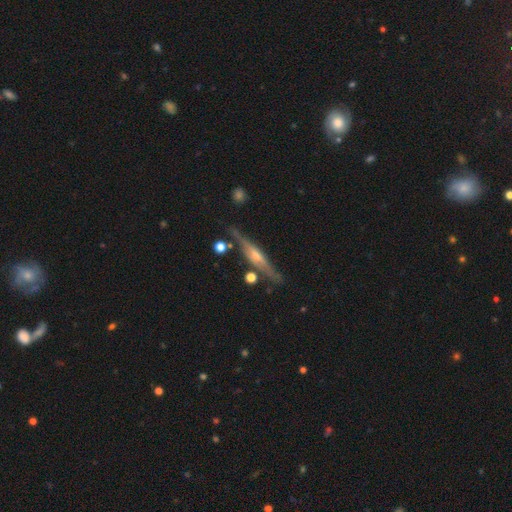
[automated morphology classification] featured or disk 77%, smooth 16%, star or artifact 7%. Down the decision tree: edge-on disk — yes (96%); edge-on bulge — rounded (73%); merging — none (82%).